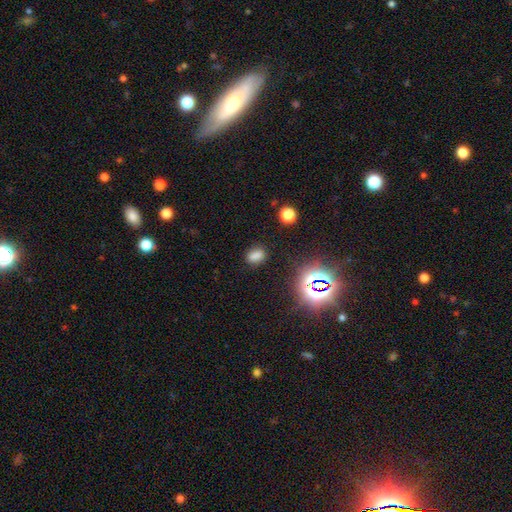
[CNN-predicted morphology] smooth_or_featured: smooth (p=0.73) [alt: star or artifact p=0.21]
how_rounded: in between (p=0.77) [alt: round p=0.20]
merging: none (p=0.82) [alt: minor disturbance p=0.12]